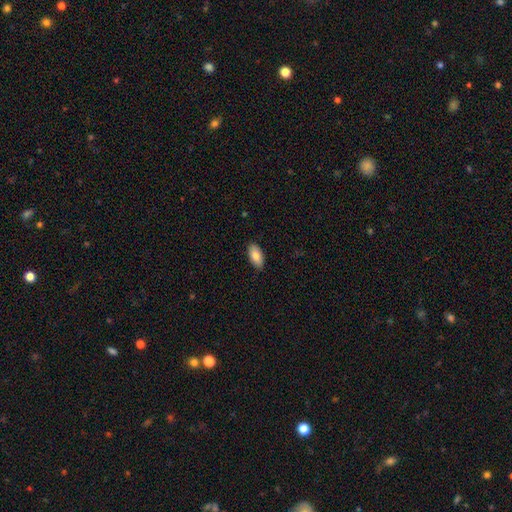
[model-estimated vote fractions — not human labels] smooth_or_featured: smooth (p=0.83) [alt: featured or disk p=0.10]
how_rounded: in between (p=0.93) [alt: cigar-shaped p=0.05]
merging: none (p=0.88) [alt: minor disturbance p=0.09]